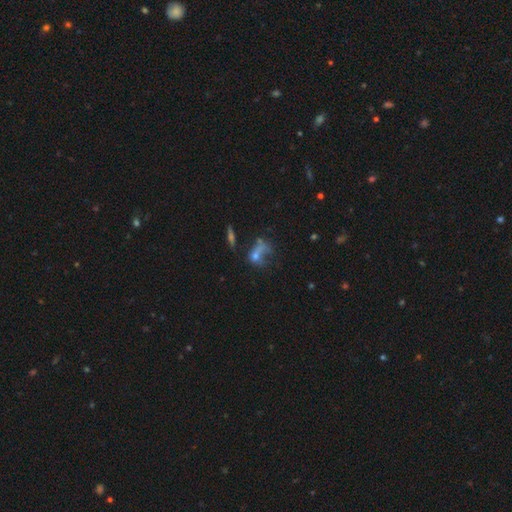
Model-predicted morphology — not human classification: Q: Smooth or featured?
A: smooth (52%); runner-up: featured or disk (30%)
Q: How rounded?
A: in between (55%); runner-up: round (37%)
Q: Merging?
A: major disturbance (37%); runner-up: none (27%)